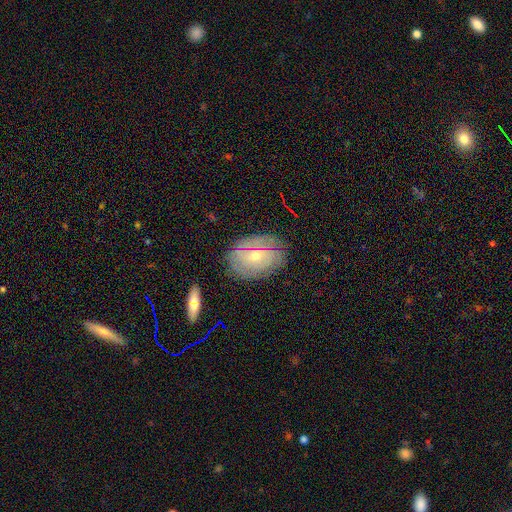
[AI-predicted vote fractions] Smooth or featured? featured or disk (63%)
Edge-on disk? no (93%)
Bar? no (64%)
Spiral arms? yes (74%)
Bulge size? moderate (50%)
Merging? none (78%)